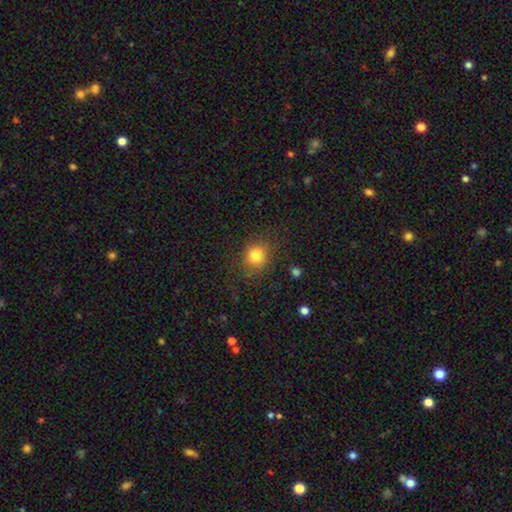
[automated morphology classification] A smooth galaxy with no disk features (82%) that is round (74%). Merging: none (78%).